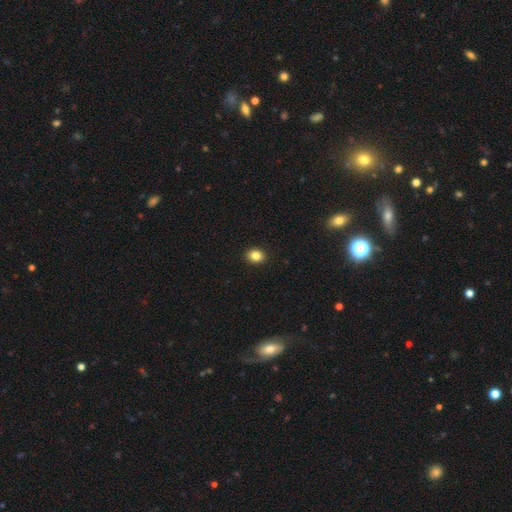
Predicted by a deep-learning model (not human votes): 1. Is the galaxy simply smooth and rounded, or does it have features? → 85% smooth, 10% star or artifact, 5% featured or disk.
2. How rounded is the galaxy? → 55% round, 44% in between, 1% cigar-shaped.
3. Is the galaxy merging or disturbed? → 92% none, 6% minor disturbance, 2% major disturbance, 1% merger.